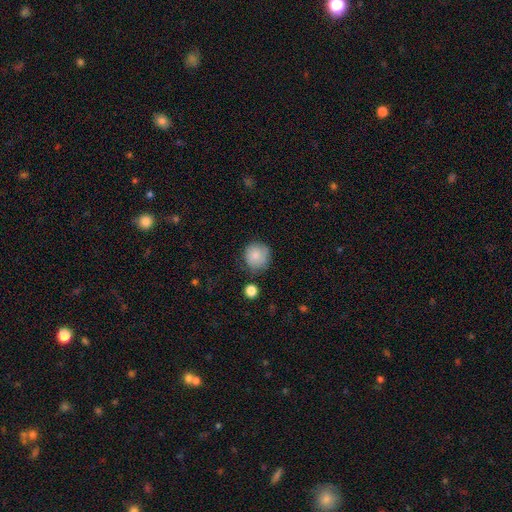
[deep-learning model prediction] The model was most divided on "merging": none: 73%, minor disturbance: 19%, major disturbance: 5%, merger: 4%. More confident: how rounded — round (90%); smooth or featured — smooth (82%).